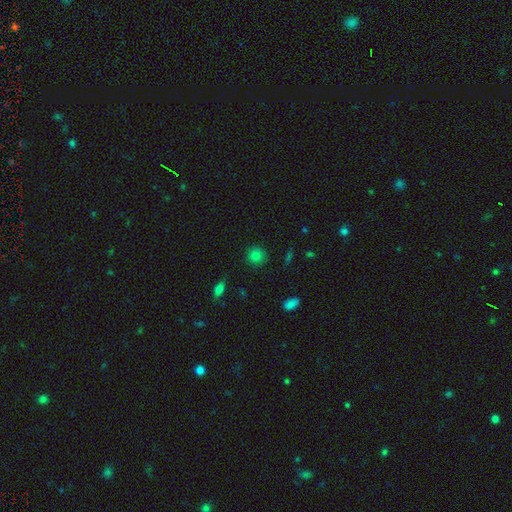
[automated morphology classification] smooth_or_featured: smooth (p=0.81) [alt: star or artifact p=0.11]
how_rounded: round (p=0.91) [alt: in between p=0.08]
merging: none (p=0.89) [alt: minor disturbance p=0.08]